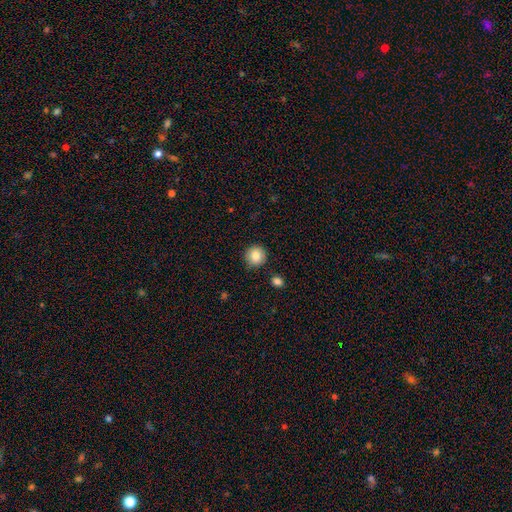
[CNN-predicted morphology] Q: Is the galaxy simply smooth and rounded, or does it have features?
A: smooth — 83%.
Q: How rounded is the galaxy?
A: round — 94%.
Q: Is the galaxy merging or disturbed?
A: none — 90%.